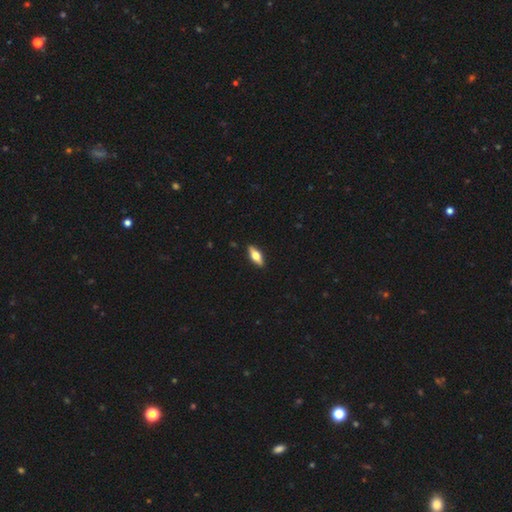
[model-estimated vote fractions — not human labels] The model was most divided on "smooth or featured": smooth: 56%, featured or disk: 37%, star or artifact: 6%. More confident: merging — none (90%); how rounded — in between (68%).